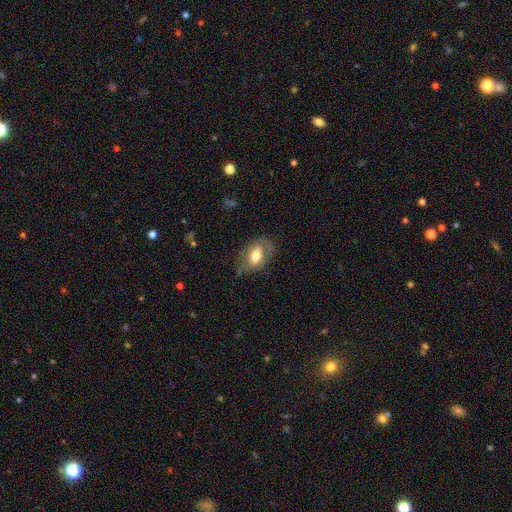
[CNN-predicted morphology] The model was most divided on "smooth or featured": smooth: 59%, featured or disk: 34%, star or artifact: 7%. More confident: how rounded — in between (87%); merging — none (60%).